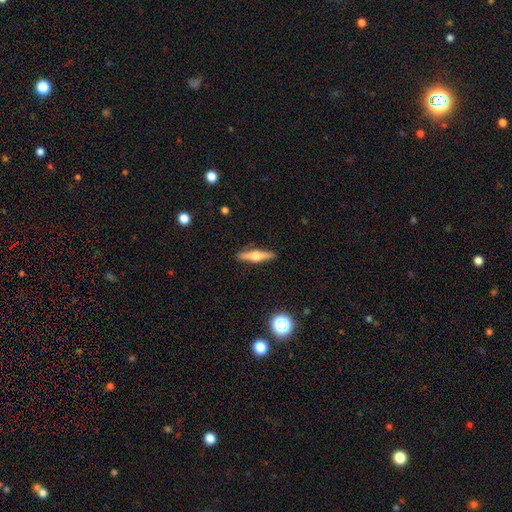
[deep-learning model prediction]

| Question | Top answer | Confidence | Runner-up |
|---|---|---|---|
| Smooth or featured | featured or disk | 63% | smooth (31%) |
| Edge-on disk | yes | 97% | no (3%) |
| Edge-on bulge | rounded | 93% | boxy (5%) |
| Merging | none | 91% | minor disturbance (7%) |